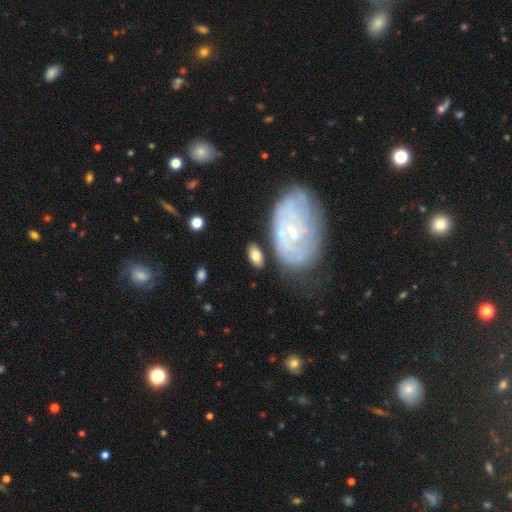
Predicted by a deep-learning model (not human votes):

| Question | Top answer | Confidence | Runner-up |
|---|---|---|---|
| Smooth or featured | smooth | 68% | featured or disk (26%) |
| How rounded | in between | 91% | round (5%) |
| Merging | none | 72% | minor disturbance (16%) |